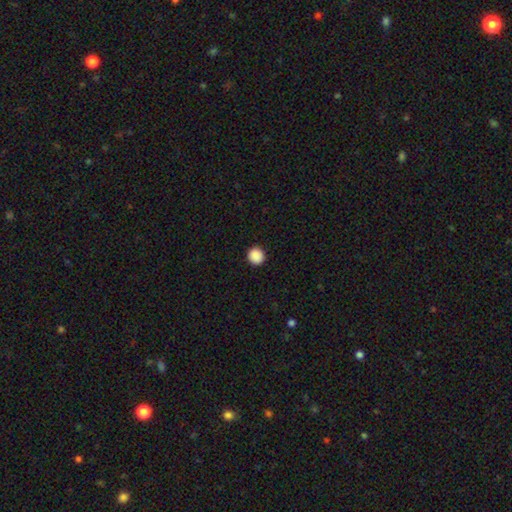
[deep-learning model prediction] Smooth or featured? smooth (89%)
How rounded? round (93%)
Merging? none (93%)